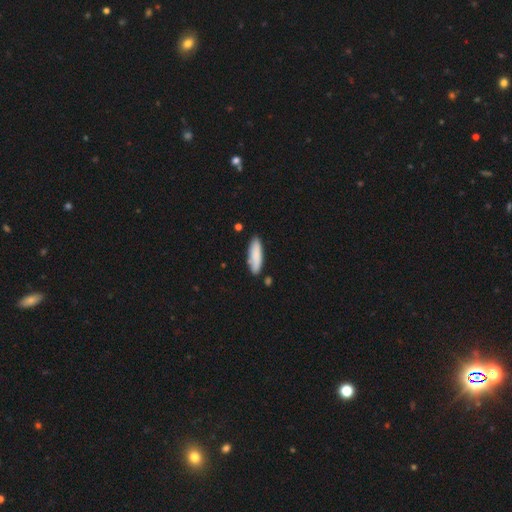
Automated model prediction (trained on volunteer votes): Smooth or featured?
  - smooth: 85% *
  - featured or disk: 10%
  - star or artifact: 6%
How rounded?
  - cigar-shaped: 51% *
  - in between: 47%
  - round: 1%
Merging?
  - none: 80% *
  - minor disturbance: 14%
  - merger: 3%
  - major disturbance: 2%